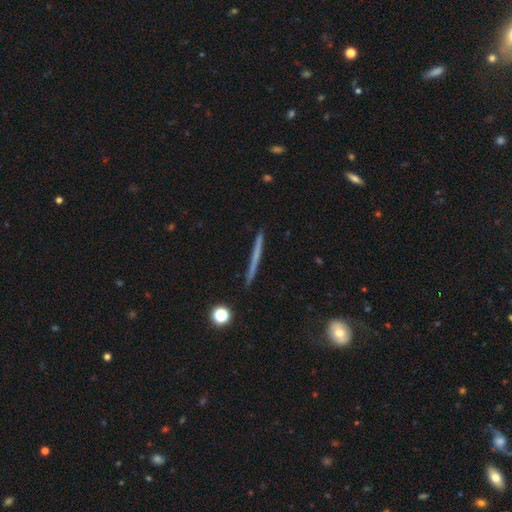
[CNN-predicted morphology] type=featured or disk (51%); edge-on=yes (97%); merging=none (90%).